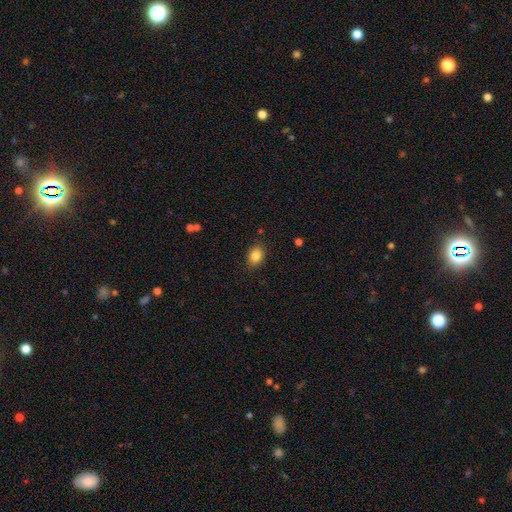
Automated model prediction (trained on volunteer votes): Smooth or featured? Predicted: smooth (p=0.85). How rounded? Predicted: in between (p=0.66). Merging? Predicted: none (p=0.87).